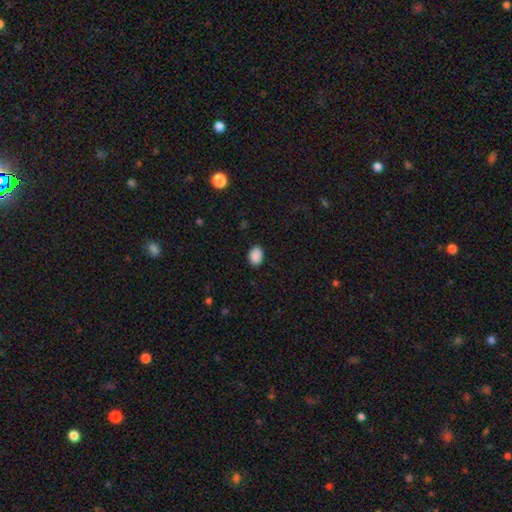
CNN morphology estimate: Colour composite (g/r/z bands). It shows a smooth galaxy with no disk features (89%) that is in between round and cigar-shaped (74%). Merging: none (86%).